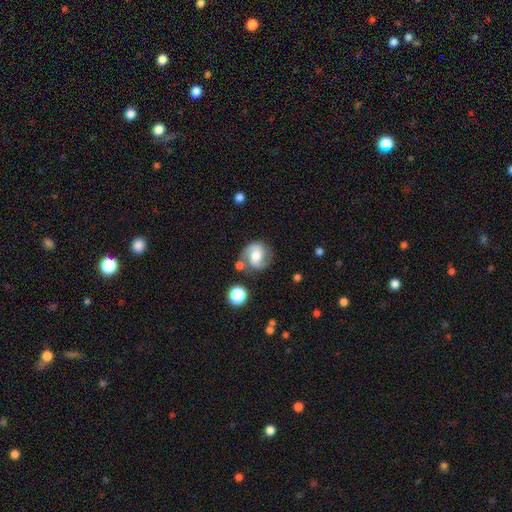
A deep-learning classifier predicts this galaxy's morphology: smooth_or_featured: featured or disk (p=0.72) [alt: smooth p=0.20]
disk_edge_on: no (p=0.98) [alt: yes p=0.02]
bar: weak (p=0.44) [alt: no p=0.40]
has_spiral_arms: yes (p=0.94) [alt: no p=0.06]
spiral_winding: medium (p=0.53) [alt: tight p=0.25]
spiral_arm_count: 2 (p=0.89) [alt: can't tell p=0.05]
bulge_size: moderate (p=0.61) [alt: small p=0.17]
merging: none (p=0.67) [alt: minor disturbance p=0.16]